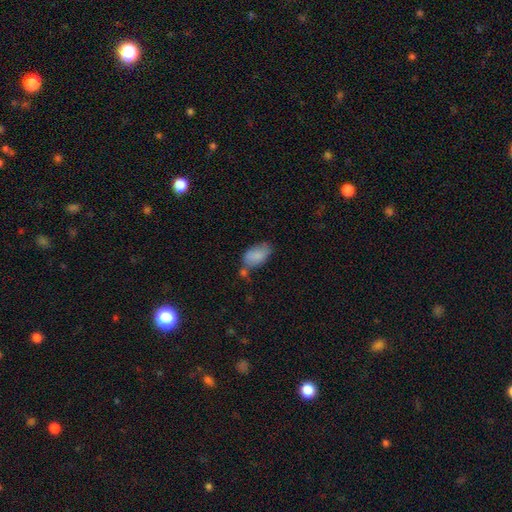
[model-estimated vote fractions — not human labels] This appears to be a smooth galaxy with no disk features (84%) that is in between round and cigar-shaped (93%). Merging: none (51%).